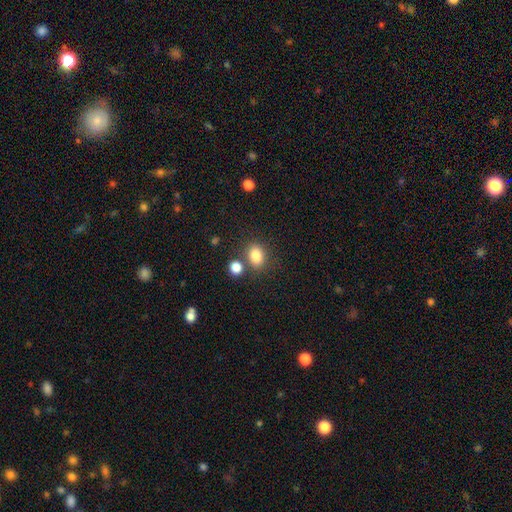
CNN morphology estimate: Overall: smooth (83%). How rounded: in between (51%; round 48%). Merging: none (70%).